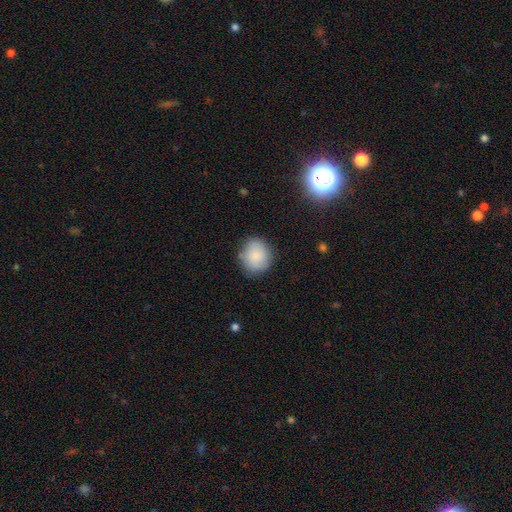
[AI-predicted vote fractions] This is clearly a smooth galaxy (84%). How rounded: likely round (74%). Merging: likely none (79%).